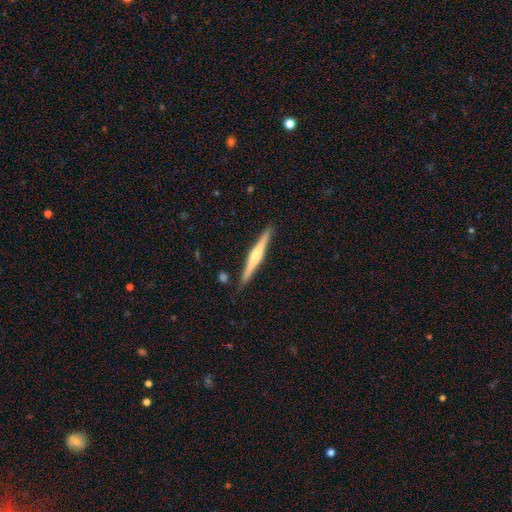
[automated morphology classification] Q: Smooth or featured?
A: featured or disk (67%); runner-up: smooth (28%)
Q: Edge-on disk?
A: yes (98%); runner-up: no (2%)
Q: Edge-on bulge?
A: rounded (75%); runner-up: boxy (13%)
Q: Merging?
A: none (89%); runner-up: minor disturbance (8%)